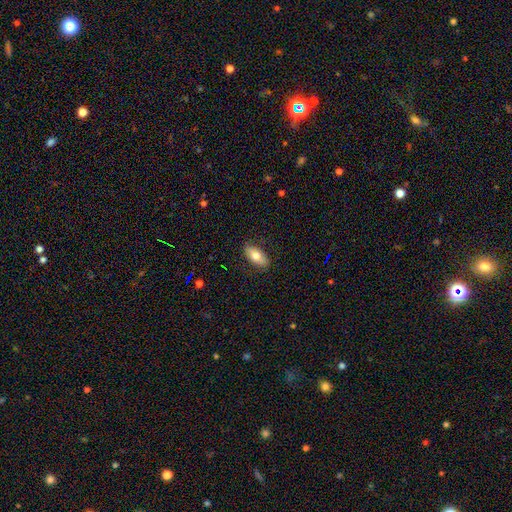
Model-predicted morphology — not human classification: A smooth galaxy with no disk features (72%) that is in between round and cigar-shaped (86%). Merging: none (84%).